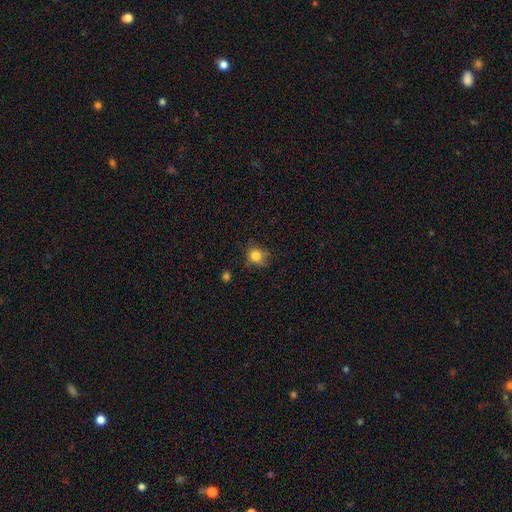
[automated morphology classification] Smooth or featured?
  - smooth: 82% *
  - star or artifact: 12%
  - featured or disk: 6%
How rounded?
  - round: 80% *
  - in between: 19%
  - cigar-shaped: 1%
Merging?
  - none: 68% *
  - minor disturbance: 23%
  - major disturbance: 6%
  - merger: 2%